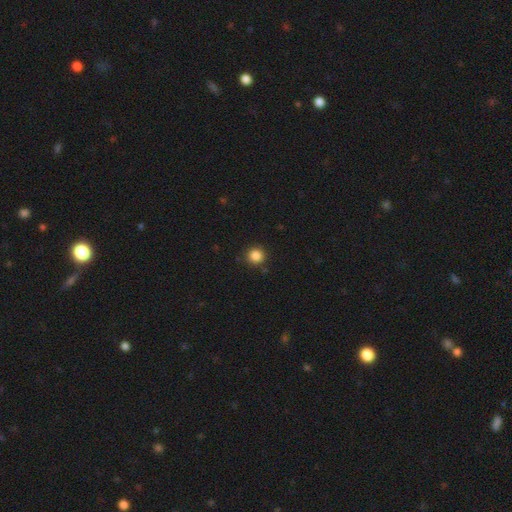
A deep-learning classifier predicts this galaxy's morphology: smooth_or_featured: smooth (p=0.85) [alt: star or artifact p=0.12]
how_rounded: round (p=0.93) [alt: in between p=0.06]
merging: none (p=0.89) [alt: minor disturbance p=0.07]